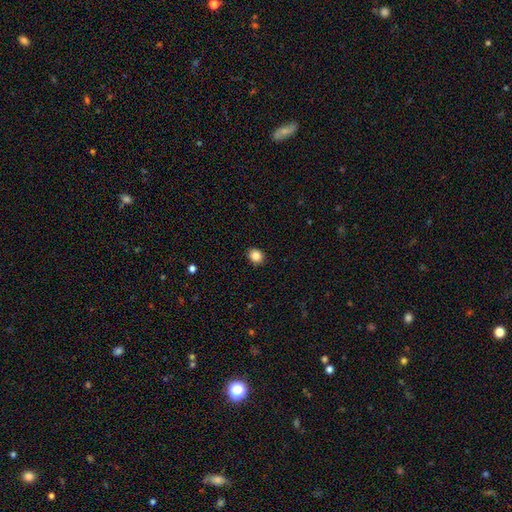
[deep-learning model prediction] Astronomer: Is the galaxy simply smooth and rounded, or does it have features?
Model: smooth — 85%.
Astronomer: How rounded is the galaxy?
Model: round — 70%.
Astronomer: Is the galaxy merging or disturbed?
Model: none — 91%.